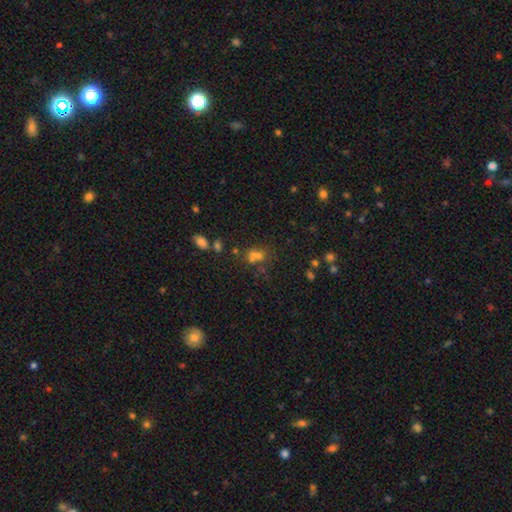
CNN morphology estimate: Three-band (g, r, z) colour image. It shows a smooth galaxy with no disk features (51%) that is round (60%). Merging: none (46%).